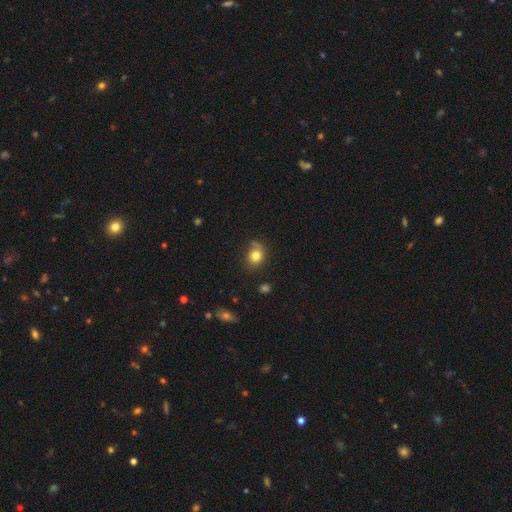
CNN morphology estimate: smooth-or-featured: smooth: 79% | star or artifact: 11% | featured or disk: 9%
  how-rounded: round: 68% | in between: 31% | cigar-shaped: 1%
  merging: none: 67% | minor disturbance: 22% | major disturbance: 7% | merger: 5%